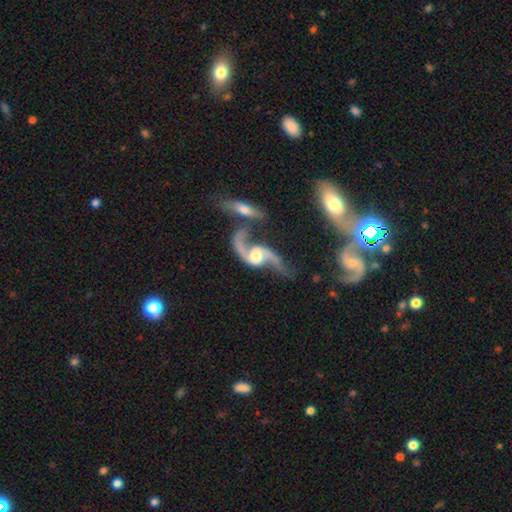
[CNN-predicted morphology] Smooth or featured?
  - featured or disk: 88% *
  - smooth: 7%
  - star or artifact: 5%
Edge-on disk?
  - no: 94% *
  - yes: 6%
Bar?
  - no: 49% *
  - weak: 38%
  - strong: 13%
Spiral arms?
  - yes: 95% *
  - no: 5%
Spiral winding?
  - loose: 80% *
  - medium: 17%
  - tight: 3%
Spiral arm count?
  - 2: 91% *
  - 1: 4%
  - can't tell: 2%
  - 3: 1%
  - 4: 1%
  - more than 4: 1%
Bulge size?
  - moderate: 57% *
  - large: 22%
  - small: 15%
  - none: 3%
  - dominant: 2%
Merging?
  - merger: 45% *
  - none: 29%
  - major disturbance: 14%
  - minor disturbance: 12%